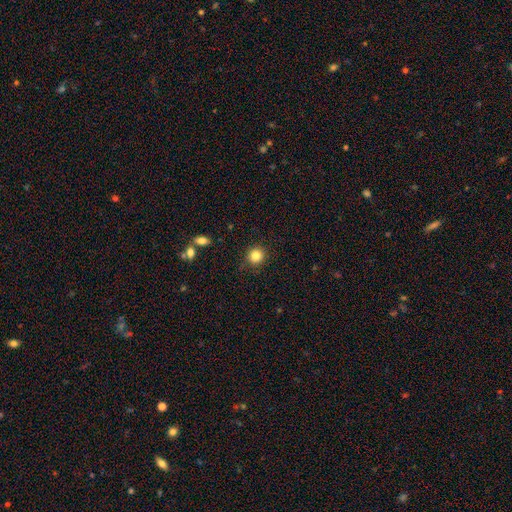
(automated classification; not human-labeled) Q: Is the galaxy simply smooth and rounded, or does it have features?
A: smooth — 83%.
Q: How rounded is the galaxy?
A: round — 92%.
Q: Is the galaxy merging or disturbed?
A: none — 88%.